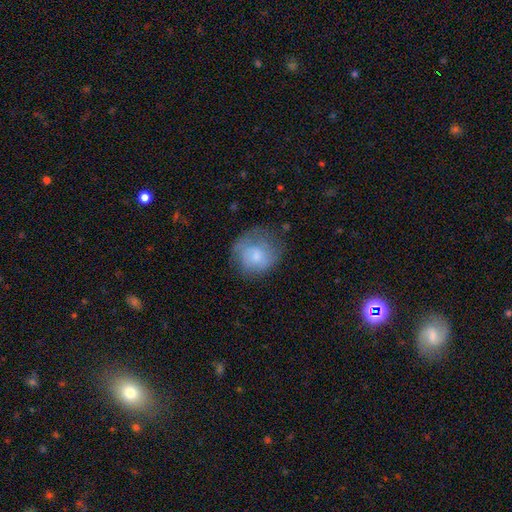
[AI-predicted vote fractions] A smooth galaxy with no disk features (62%) that is round (76%). Merging: none (50%).